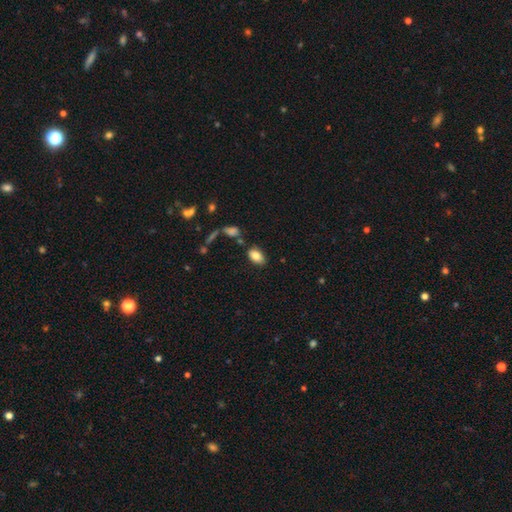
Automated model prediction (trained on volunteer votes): The model was most divided on "merging": none: 77%, minor disturbance: 13%, merger: 6%, major disturbance: 4%. More confident: how rounded — in between (91%); smooth or featured — smooth (84%).